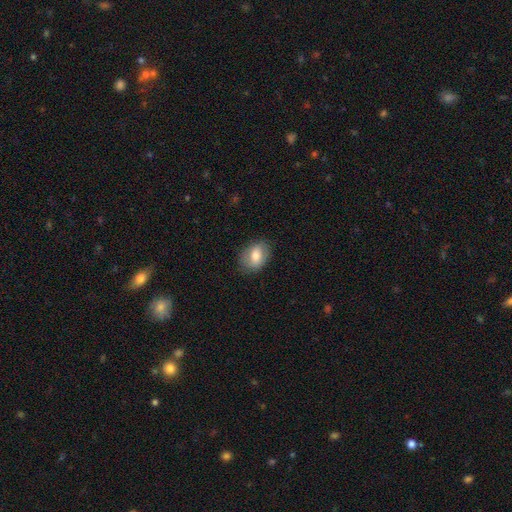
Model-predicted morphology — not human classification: This is likely a smooth galaxy (72%). How rounded: likely in between (75%). Merging: likely none (80%).